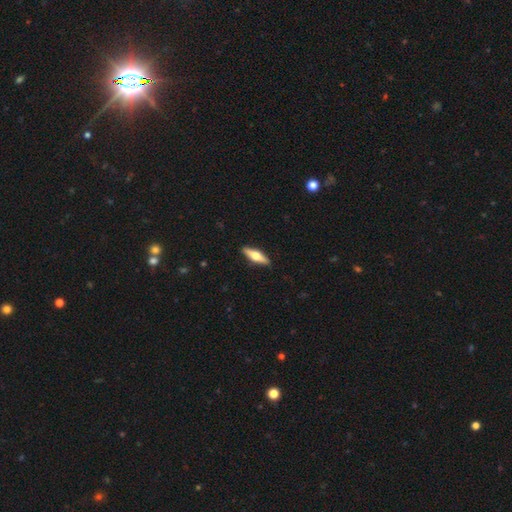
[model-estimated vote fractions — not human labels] Smooth or featured? featured or disk (52%)
Edge-on disk? yes (94%)
Merging? none (90%)